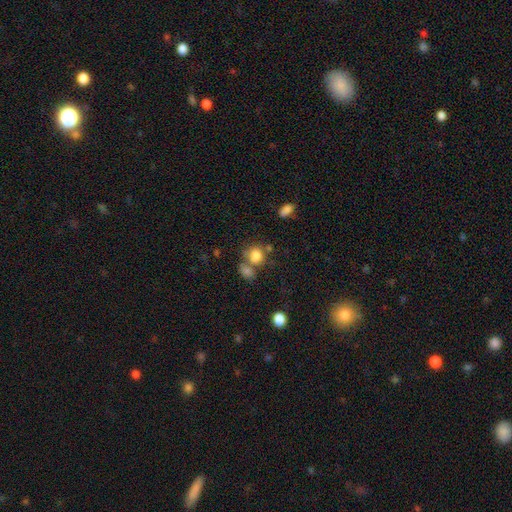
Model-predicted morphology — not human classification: Smooth or featured? smooth (80%)
How rounded? round (71%)
Merging? none (46%)